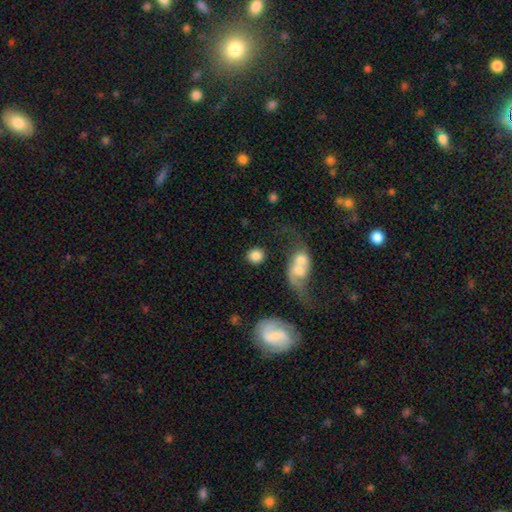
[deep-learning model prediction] smooth_or_featured: smooth (p=0.82) [alt: featured or disk p=0.10]
how_rounded: round (p=0.81) [alt: in between p=0.17]
merging: none (p=0.66) [alt: merger p=0.17]